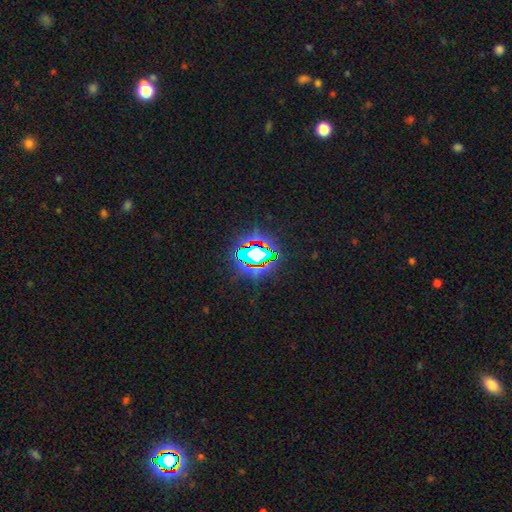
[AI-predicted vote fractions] A star or artifact, not a galaxy (71%).

Vote fractions:
- Smooth or featured? star or artifact: 71% / smooth: 17% / featured or disk: 12%